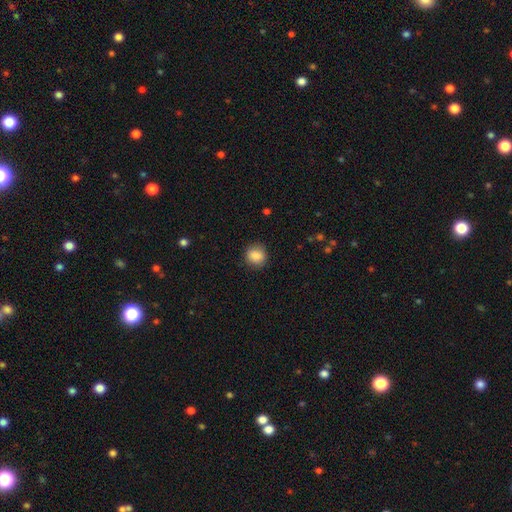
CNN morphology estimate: Q: Smooth or featured?
A: smooth (86%); runner-up: star or artifact (9%)
Q: How rounded?
A: round (83%); runner-up: in between (16%)
Q: Merging?
A: none (87%); runner-up: minor disturbance (9%)